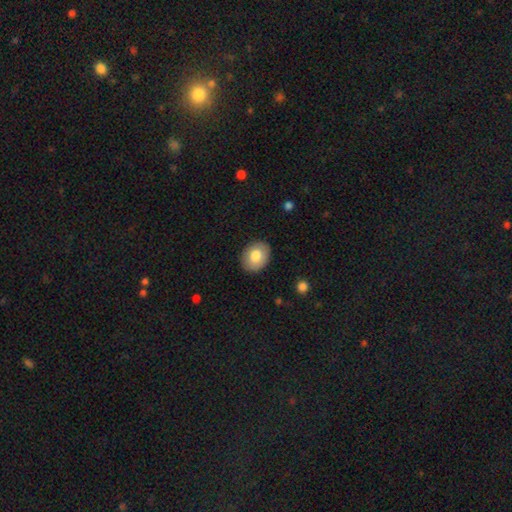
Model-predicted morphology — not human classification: Smooth or featured: smooth — 78% (featured or disk — 15%)
How rounded: in between — 62% (round — 37%)
Merging: none — 87% (minor disturbance — 10%)